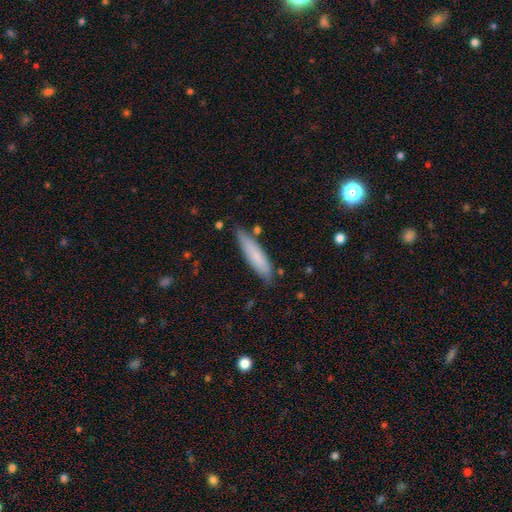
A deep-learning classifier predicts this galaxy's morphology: This is likely a smooth galaxy (76%). How rounded: likely cigar-shaped (79%). Merging: likely none (76%).